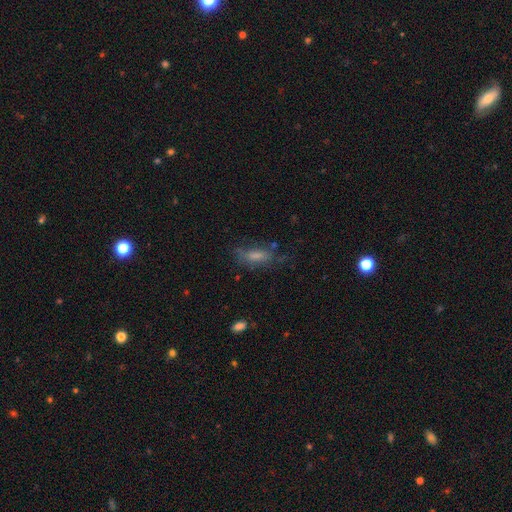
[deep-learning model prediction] A smooth galaxy with no disk features (62%) that is in between round and cigar-shaped (61%).

Vote fractions:
- Smooth or featured? smooth: 62% / featured or disk: 27% / star or artifact: 11%
- How rounded? in between: 61% / cigar-shaped: 36% / round: 3%
- Merging? none: 54% / minor disturbance: 25% / major disturbance: 17% / merger: 4%